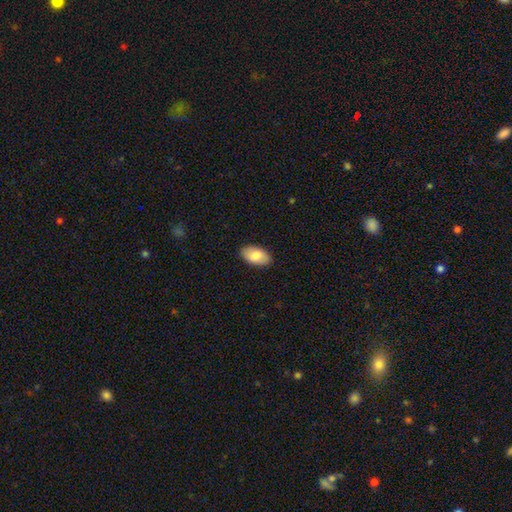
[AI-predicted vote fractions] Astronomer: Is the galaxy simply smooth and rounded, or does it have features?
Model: smooth — 82%.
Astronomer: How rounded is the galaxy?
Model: in between — 94%.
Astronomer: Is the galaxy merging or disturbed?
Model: none — 88%.